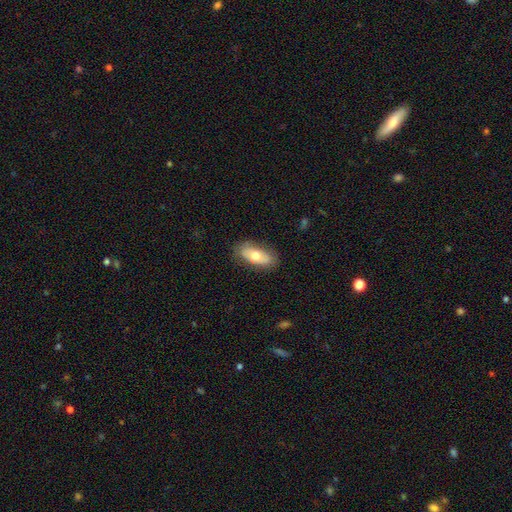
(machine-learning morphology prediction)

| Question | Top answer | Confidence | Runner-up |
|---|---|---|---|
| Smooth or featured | smooth | 65% | featured or disk (29%) |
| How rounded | in between | 82% | cigar-shaped (15%) |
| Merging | none | 83% | minor disturbance (13%) |